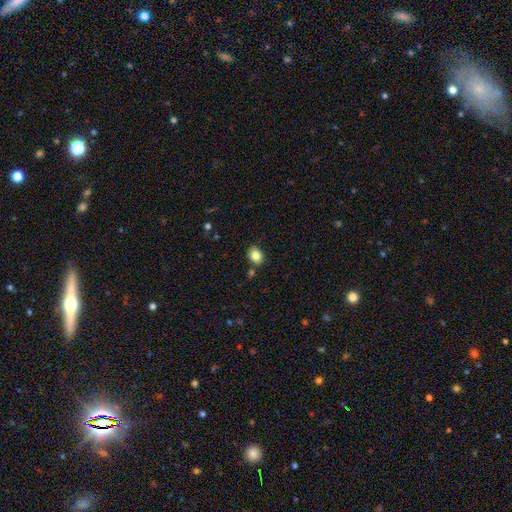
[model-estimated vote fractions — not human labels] Smooth or featured: smooth — 85% (star or artifact — 9%)
How rounded: in between — 61% (round — 38%)
Merging: none — 79% (minor disturbance — 12%)